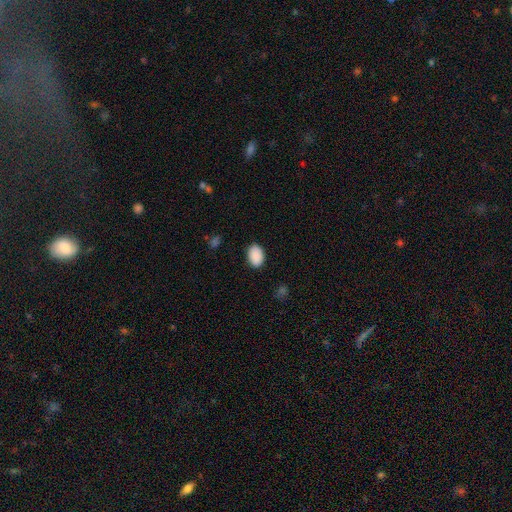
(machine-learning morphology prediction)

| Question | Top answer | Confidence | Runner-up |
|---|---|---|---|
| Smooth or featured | smooth | 91% | star or artifact (7%) |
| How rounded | in between | 88% | round (11%) |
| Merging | none | 87% | minor disturbance (9%) |